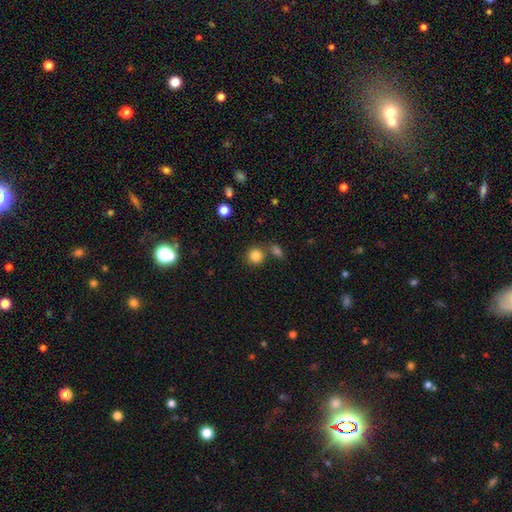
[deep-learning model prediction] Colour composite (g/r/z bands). It shows a smooth galaxy with no disk features (84%) that is round (89%). Merging: none (72%).